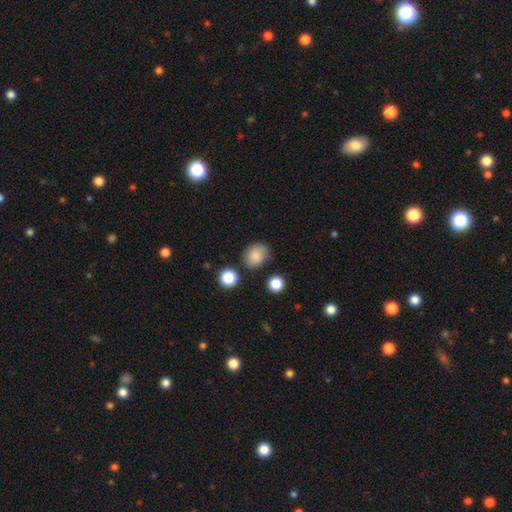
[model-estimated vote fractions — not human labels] Smooth or featured: smooth — 85% (star or artifact — 9%)
How rounded: round — 51% (in between — 48%)
Merging: none — 77% (minor disturbance — 15%)